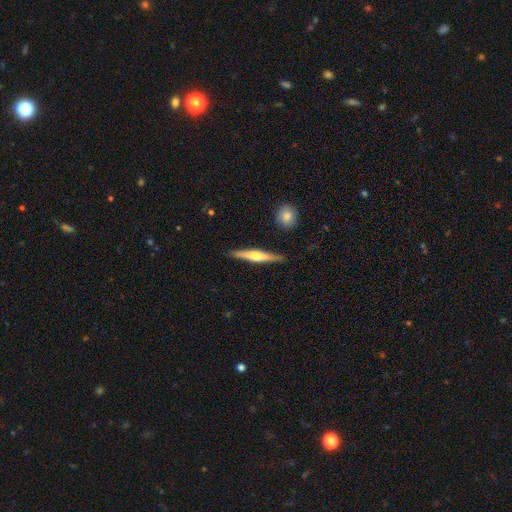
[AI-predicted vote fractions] Morphology: type=featured or disk (52%); edge-on=yes (95%); merging=none (88%).